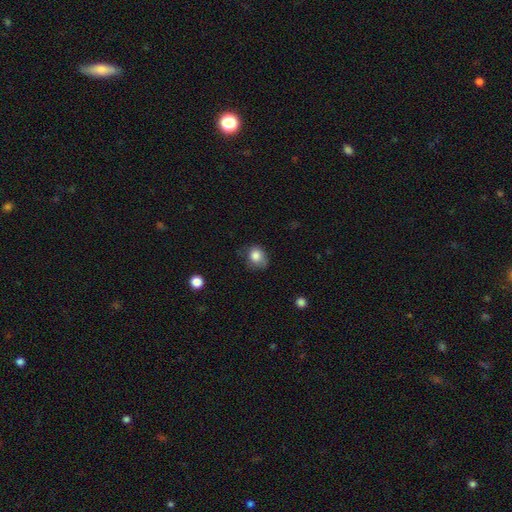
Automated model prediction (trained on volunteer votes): Smooth or featured? smooth (82%)
How rounded? round (64%)
Merging? none (58%)